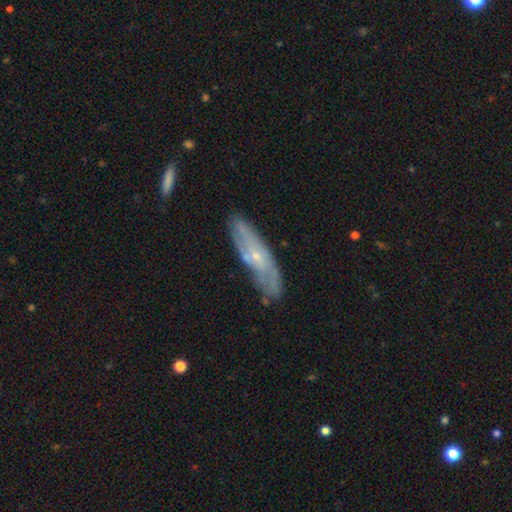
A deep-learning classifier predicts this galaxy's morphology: smooth_or_featured: featured or disk (p=0.60) [alt: smooth p=0.34]
disk_edge_on: no (p=0.66) [alt: yes p=0.34]
merging: none (p=0.72) [alt: minor disturbance p=0.20]